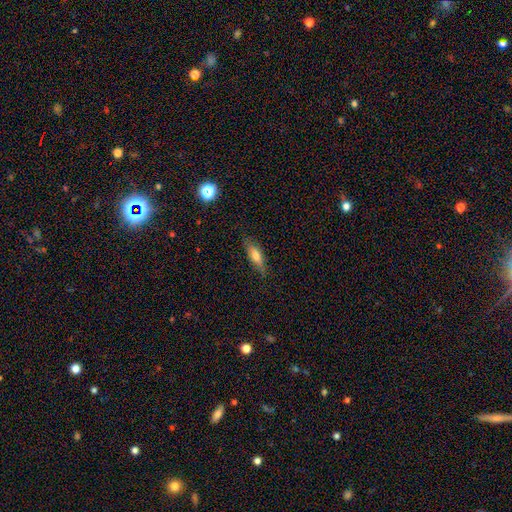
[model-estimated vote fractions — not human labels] Q: Smooth or featured?
A: smooth (65%); runner-up: featured or disk (27%)
Q: How rounded?
A: in between (50%); runner-up: cigar-shaped (47%)
Q: Merging?
A: none (78%); runner-up: minor disturbance (17%)